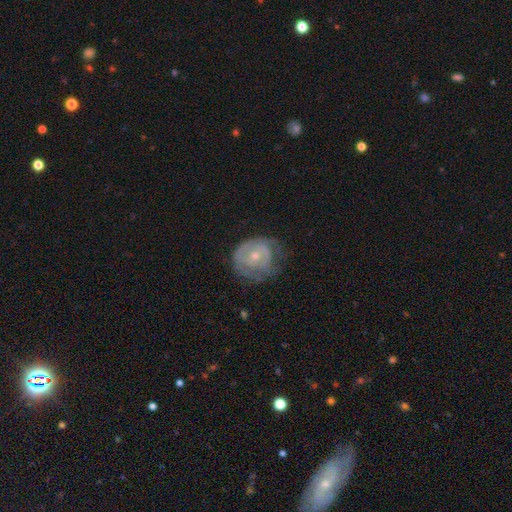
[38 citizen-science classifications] smooth_or_featured: smooth (p=0.50) [tied with: featured or disk p=0.50]
how_rounded: round (p=0.79) [alt: in between p=0.21]
merging: none (p=0.42) [alt: minor disturbance p=0.37]